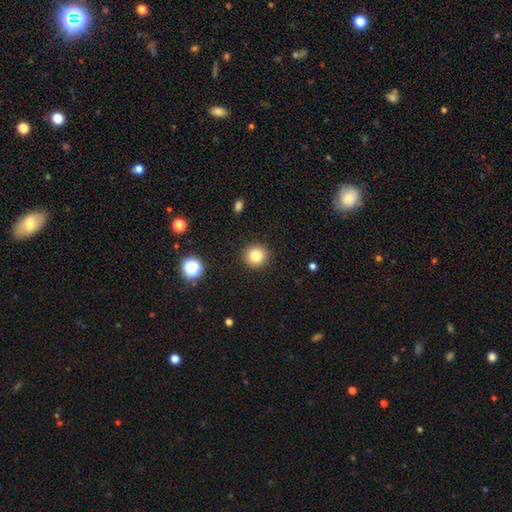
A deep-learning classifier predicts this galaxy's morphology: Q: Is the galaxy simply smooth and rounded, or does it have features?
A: smooth — 81%.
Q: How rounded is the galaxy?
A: round — 94%.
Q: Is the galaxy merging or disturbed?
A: none — 92%.